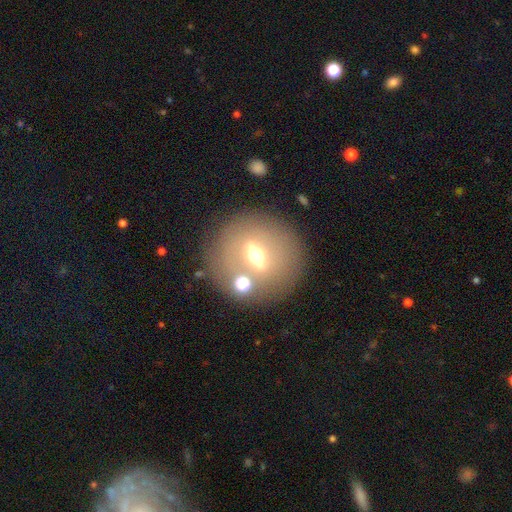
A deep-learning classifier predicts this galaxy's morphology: Smooth or featured: featured or disk — 53% (smooth — 33%)
Edge-on disk: no — 62% (yes — 38%)
Merging: none — 73% (merger — 11%)